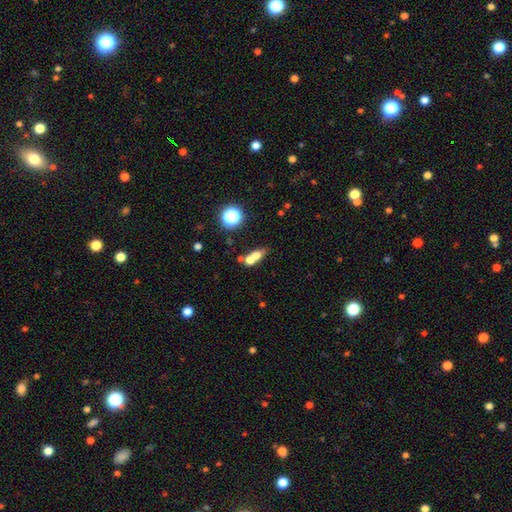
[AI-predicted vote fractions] A smooth galaxy with no disk features (65%) that is in between round and cigar-shaped (50%). Merging: merger (56%).